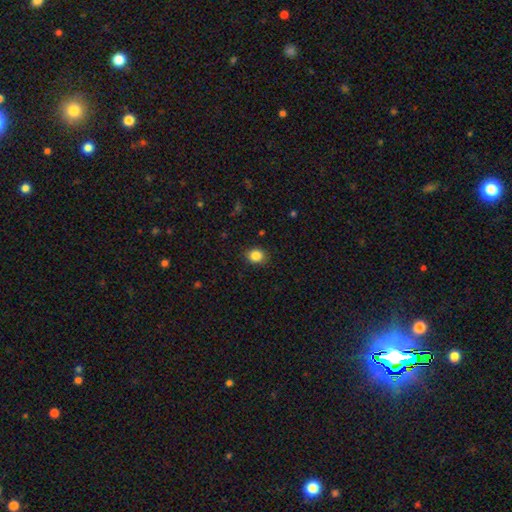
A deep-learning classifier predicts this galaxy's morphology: smooth_or_featured: smooth (p=0.86) [alt: star or artifact p=0.10]
how_rounded: round (p=0.66) [alt: in between p=0.33]
merging: none (p=0.88) [alt: minor disturbance p=0.09]